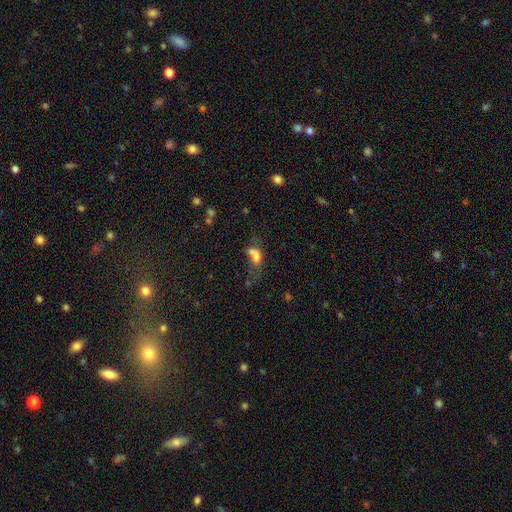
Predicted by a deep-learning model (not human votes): The model was most divided on "merging": merger: 44%, major disturbance: 21%, none: 20%, minor disturbance: 15%. More confident: how rounded — in between (76%); smooth or featured — smooth (66%).